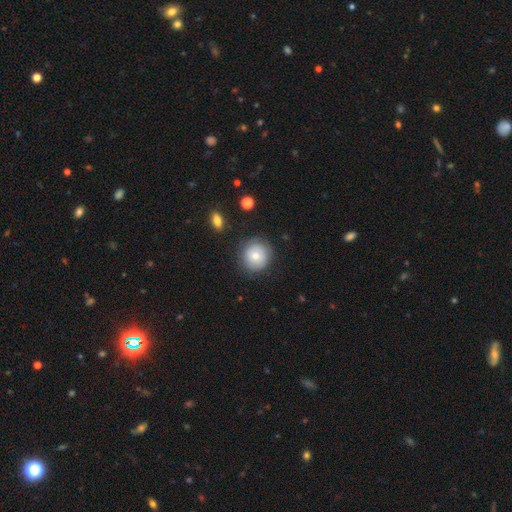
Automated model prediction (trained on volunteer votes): smooth-or-featured: smooth: 71% | featured or disk: 20% | star or artifact: 9%
  how-rounded: round: 90% | in between: 9% | cigar-shaped: 1%
  merging: none: 82% | minor disturbance: 13% | major disturbance: 4% | merger: 2%